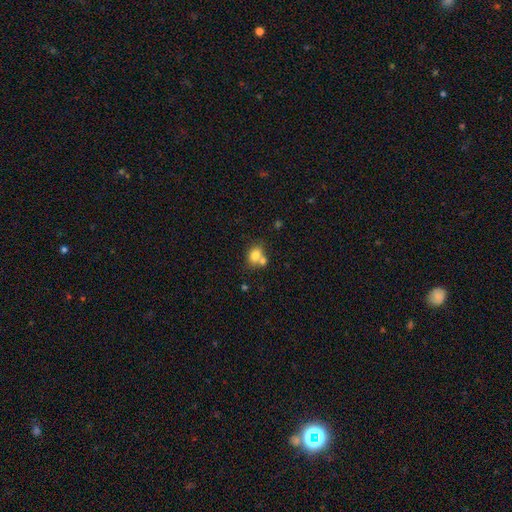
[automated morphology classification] smooth 78%, featured or disk 11%, star or artifact 10%. Down the decision tree: how rounded — round (50%); merging — none (44%).